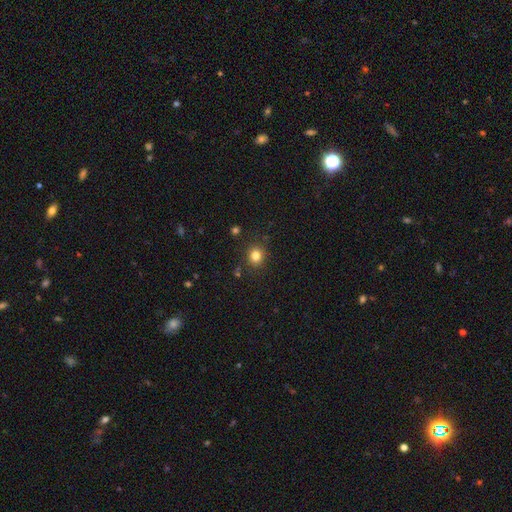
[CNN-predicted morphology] A smooth galaxy with no disk features (81%) that is round (81%). Merging: none (87%).